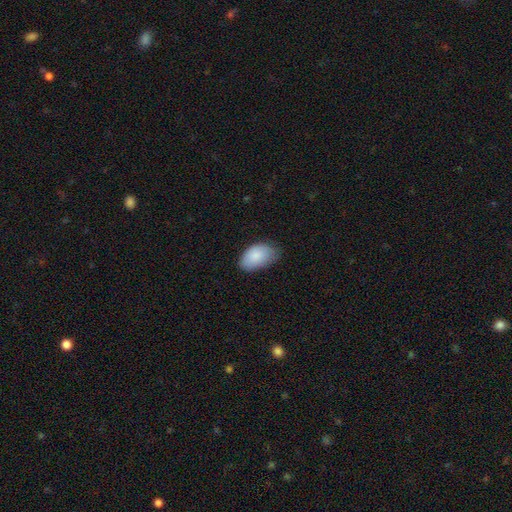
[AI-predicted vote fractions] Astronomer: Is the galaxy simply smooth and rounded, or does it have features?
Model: smooth — 88%.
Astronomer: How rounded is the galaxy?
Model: in between — 94%.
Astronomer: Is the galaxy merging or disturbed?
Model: none — 64%.